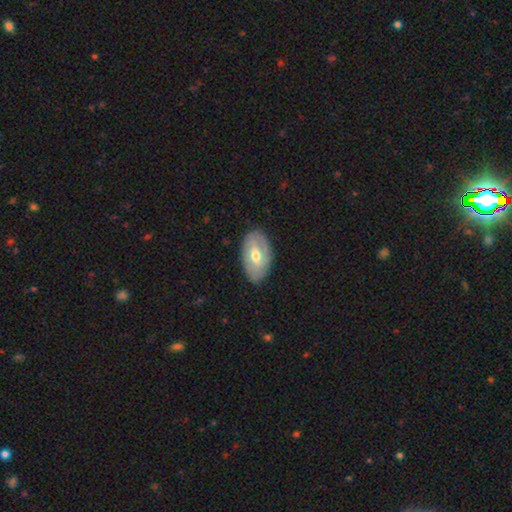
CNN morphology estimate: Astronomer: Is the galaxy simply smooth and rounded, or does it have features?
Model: featured or disk — 59% (runner-up: smooth, 36%).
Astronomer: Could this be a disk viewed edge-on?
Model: no — 92%.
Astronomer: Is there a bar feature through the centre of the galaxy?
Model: weak — 46% (runner-up: no, 33%).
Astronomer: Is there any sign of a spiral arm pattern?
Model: yes — 57% (runner-up: no, 43%).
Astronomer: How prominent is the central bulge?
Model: moderate — 72%.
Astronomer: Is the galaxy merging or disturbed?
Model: none — 83%.